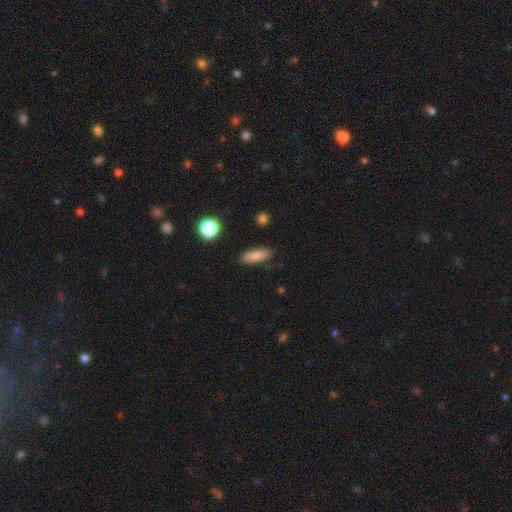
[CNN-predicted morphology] This is clearly a smooth galaxy (84%). How rounded: possibly in between (53%). Merging: clearly none (88%).